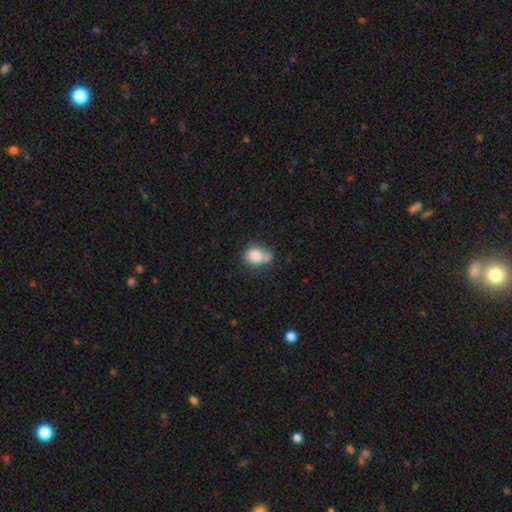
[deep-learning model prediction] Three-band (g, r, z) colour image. It shows a smooth galaxy with no disk features (81%) that is round (54%). Merging: none (44%).